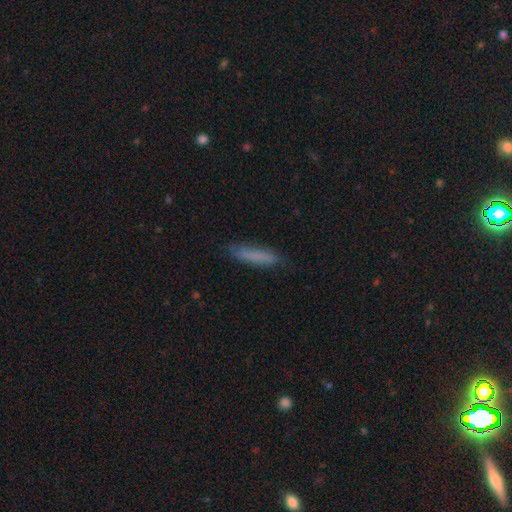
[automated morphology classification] smooth-or-featured: smooth: 78% | featured or disk: 15% | star or artifact: 7%
  how-rounded: cigar-shaped: 87% | in between: 12% | round: 1%
  merging: none: 81% | minor disturbance: 15% | major disturbance: 3% | merger: 1%